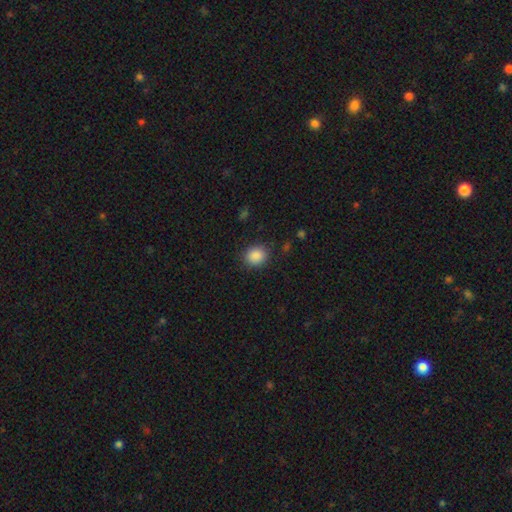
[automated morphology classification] Smooth or featured: smooth — 88% (star or artifact — 9%)
How rounded: round — 71% (in between — 28%)
Merging: none — 87% (minor disturbance — 9%)